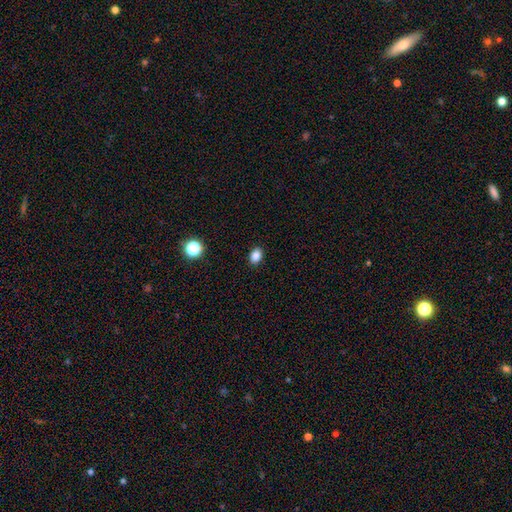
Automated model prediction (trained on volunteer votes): This appears to be a smooth galaxy with no disk features (85%) that is in between round and cigar-shaped (78%). Merging: none (90%).